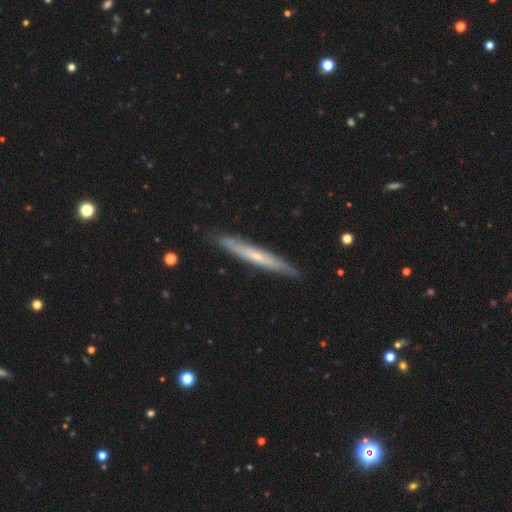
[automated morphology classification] Smooth or featured?
  - featured or disk: 57% *
  - smooth: 37%
  - star or artifact: 5%
Edge-on disk?
  - yes: 89% *
  - no: 11%
Edge-on bulge?
  - none: 56% *
  - rounded: 41%
  - boxy: 3%
Merging?
  - none: 88% *
  - minor disturbance: 10%
  - major disturbance: 1%
  - merger: 1%